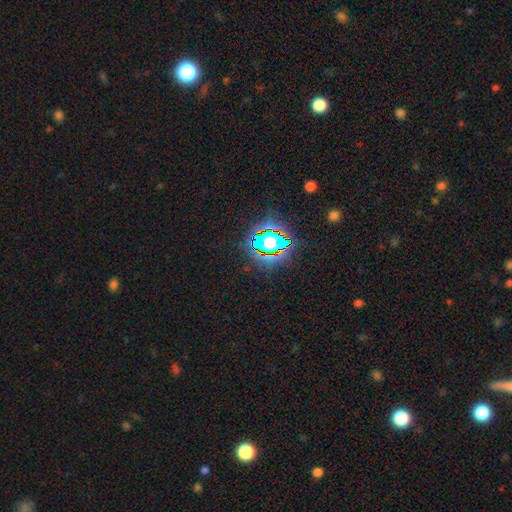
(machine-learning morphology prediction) smooth-or-featured: star or artifact: 83% | smooth: 10% | featured or disk: 7%